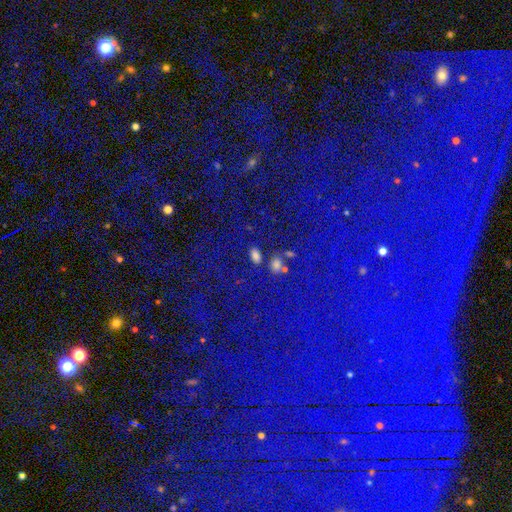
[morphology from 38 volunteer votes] smooth_or_featured: smooth (p=0.84) [alt: star or artifact p=0.11]
how_rounded: in between (p=0.91) [alt: round p=0.09]
merging: none (p=0.79) [alt: merger p=0.12]